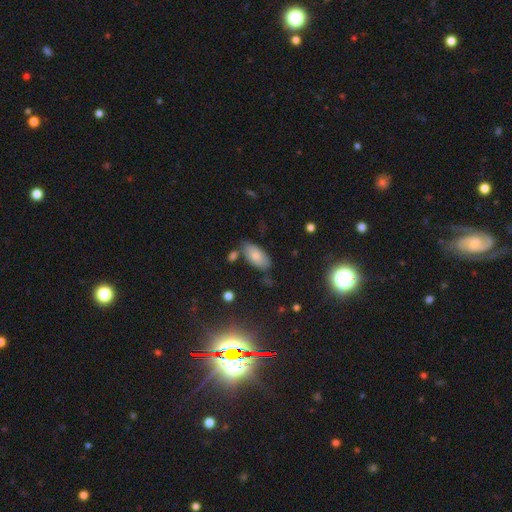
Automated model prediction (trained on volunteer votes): A smooth galaxy with no disk features (77%) that is in between round and cigar-shaped (93%).

Vote fractions:
- Smooth or featured? smooth: 77% / featured or disk: 14% / star or artifact: 9%
- How rounded? in between: 93% / cigar-shaped: 4% / round: 3%
- Merging? none: 70% / minor disturbance: 18% / merger: 8% / major disturbance: 4%